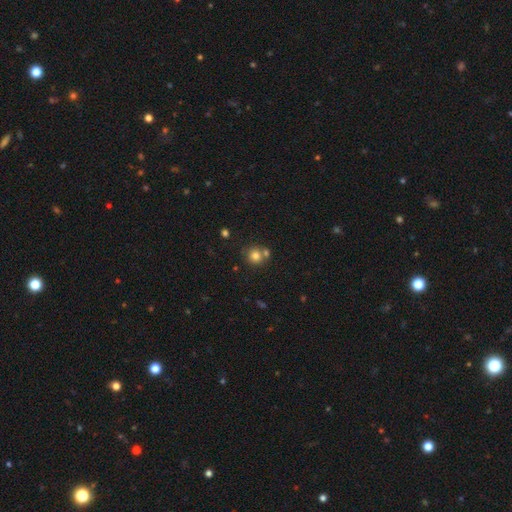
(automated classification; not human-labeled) This appears to be a smooth galaxy with no disk features (79%) that is round (87%). Merging: none (62%).